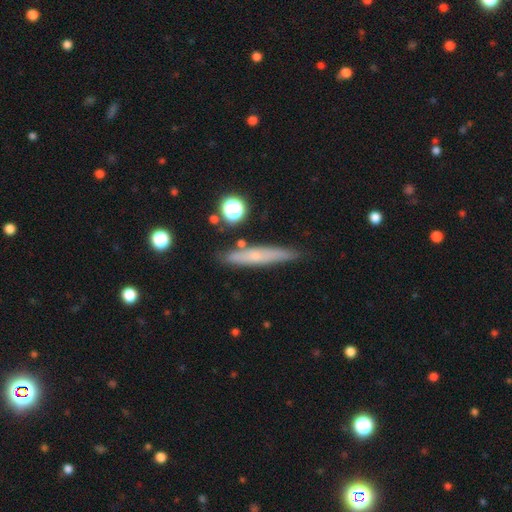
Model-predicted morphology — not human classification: Smooth or featured: smooth — 49% (featured or disk — 42%)
Merging: none — 83% (minor disturbance — 12%)